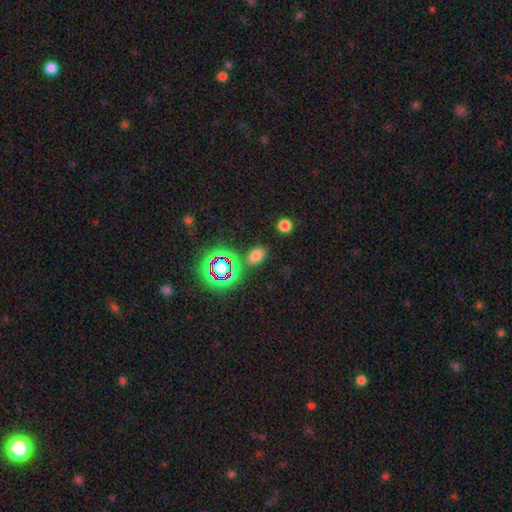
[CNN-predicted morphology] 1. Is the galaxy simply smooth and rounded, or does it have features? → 69% smooth, 24% star or artifact, 7% featured or disk.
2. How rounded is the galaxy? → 83% in between, 15% round, 2% cigar-shaped.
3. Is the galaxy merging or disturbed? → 81% none, 11% minor disturbance, 4% merger, 4% major disturbance.